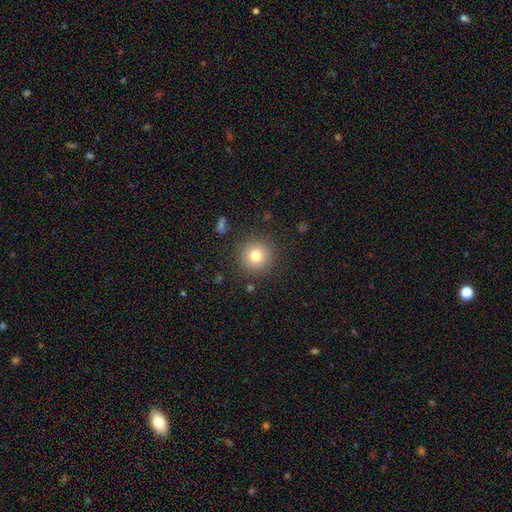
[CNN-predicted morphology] The model was most divided on "smooth or featured": smooth: 79%, star or artifact: 11%, featured or disk: 10%. More confident: how rounded — round (94%); merging — none (88%).